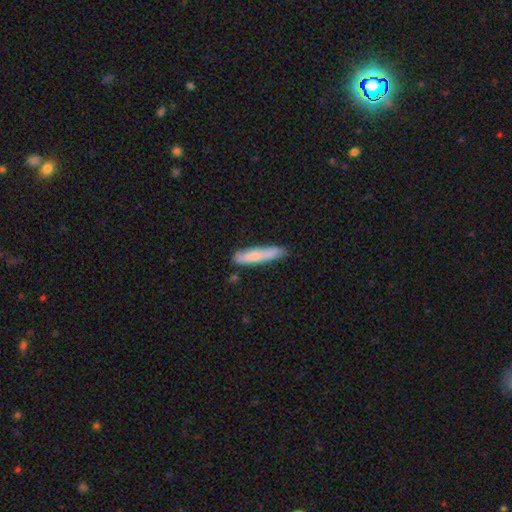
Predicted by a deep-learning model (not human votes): A smooth galaxy with no disk features (67%) that is cigar-shaped (87%). Merging: none (77%).